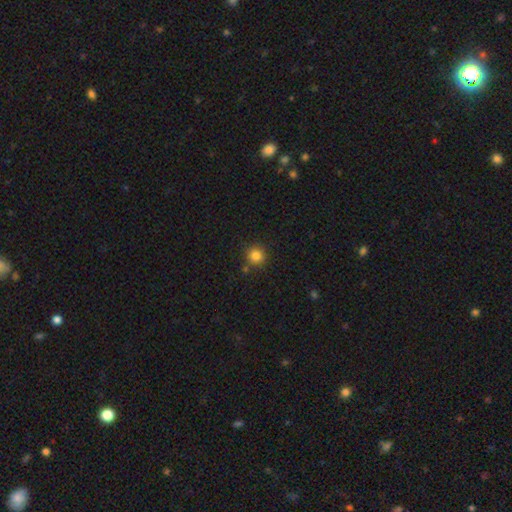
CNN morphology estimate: A smooth galaxy with no disk features (83%) that is round (94%).

Vote fractions:
- Smooth or featured? smooth: 83% / star or artifact: 12% / featured or disk: 5%
- How rounded? round: 94% / in between: 5% / cigar-shaped: 1%
- Merging? none: 85% / minor disturbance: 7% / merger: 5% / major disturbance: 2%